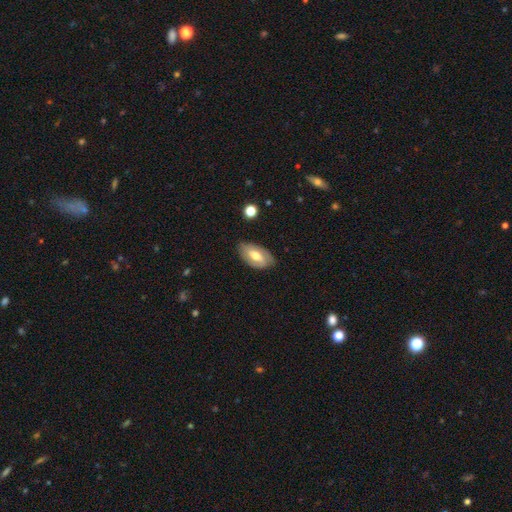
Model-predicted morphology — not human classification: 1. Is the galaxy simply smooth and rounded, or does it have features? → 53% featured or disk, 41% smooth, 6% star or artifact.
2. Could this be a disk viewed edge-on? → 90% no, 10% yes.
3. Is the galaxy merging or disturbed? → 76% none, 19% minor disturbance, 4% major disturbance, 1% merger.